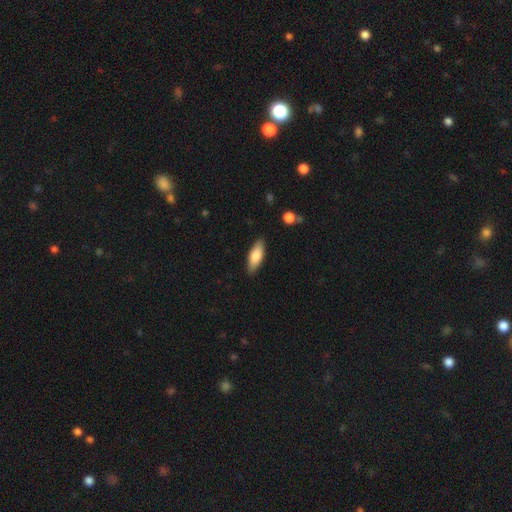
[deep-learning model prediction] Smooth or featured: smooth — 76% (featured or disk — 18%)
How rounded: in between — 71% (cigar-shaped — 27%)
Merging: none — 86% (minor disturbance — 11%)